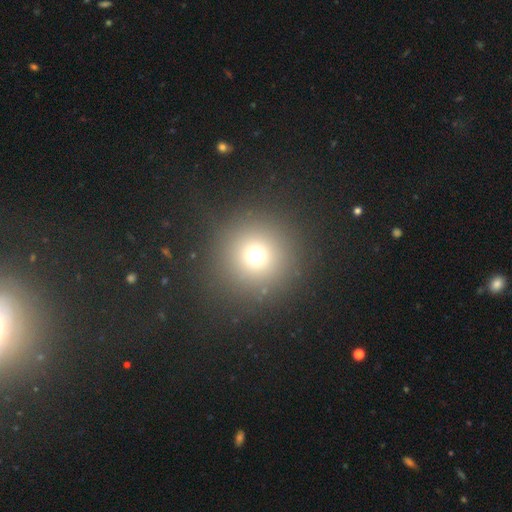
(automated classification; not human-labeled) This appears to be a smooth galaxy with no disk features (70%) that is round (96%). Merging: none (88%).